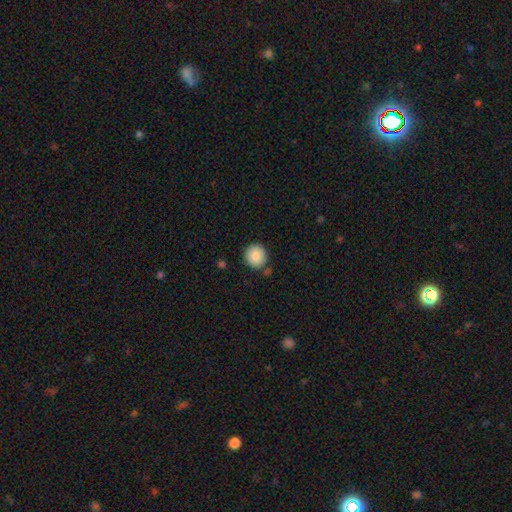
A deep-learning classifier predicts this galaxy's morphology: Smooth or featured: smooth — 88% (star or artifact — 8%)
How rounded: round — 91% (in between — 8%)
Merging: none — 82% (minor disturbance — 11%)